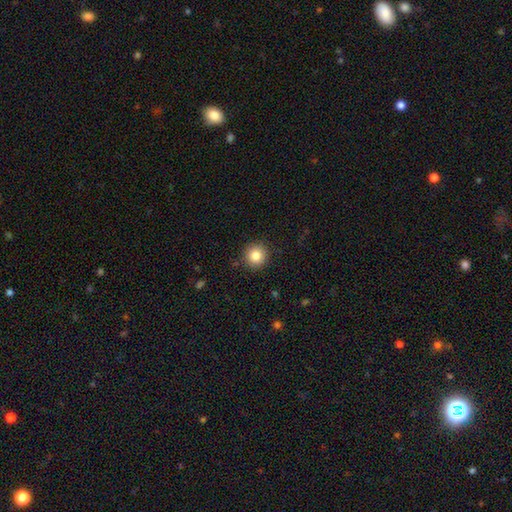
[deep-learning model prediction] Overall: smooth (83%). How rounded: round (94%). Merging: none (91%).